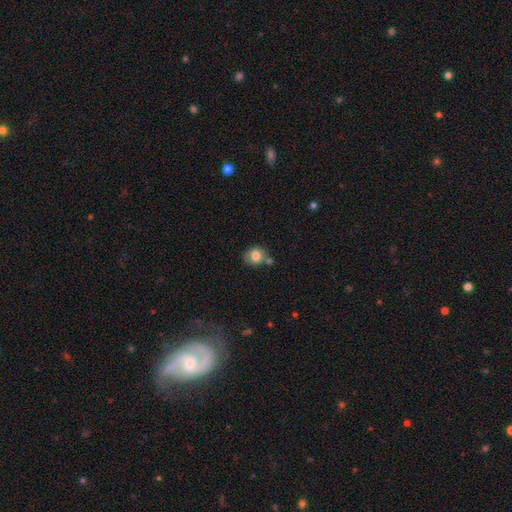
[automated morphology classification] A smooth galaxy with no disk features (80%) that is round (69%).

Vote fractions:
- Smooth or featured? smooth: 80% / featured or disk: 11% / star or artifact: 9%
- How rounded? round: 69% / in between: 30% / cigar-shaped: 1%
- Merging? none: 59% / minor disturbance: 18% / merger: 18% / major disturbance: 5%